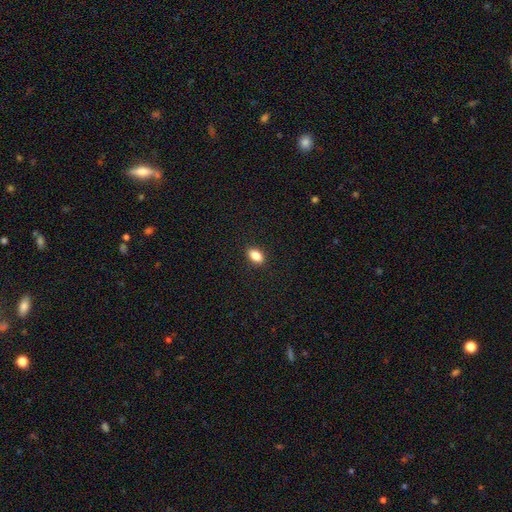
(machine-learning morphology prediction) A smooth galaxy with no disk features (85%) that is in between round and cigar-shaped (87%).

Vote fractions:
- Smooth or featured? smooth: 85% / star or artifact: 9% / featured or disk: 6%
- How rounded? in between: 87% / round: 10% / cigar-shaped: 3%
- Merging? none: 90% / minor disturbance: 7% / major disturbance: 2% / merger: 1%